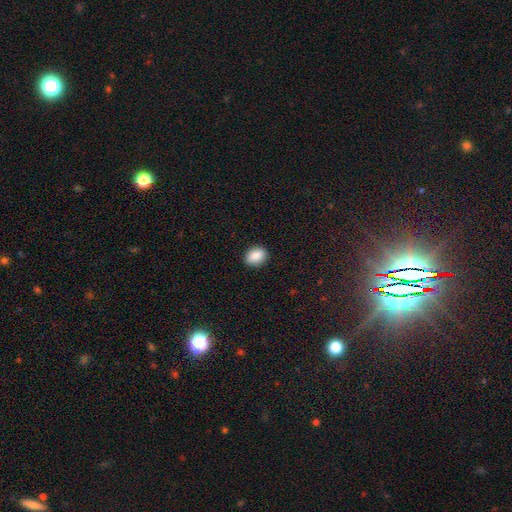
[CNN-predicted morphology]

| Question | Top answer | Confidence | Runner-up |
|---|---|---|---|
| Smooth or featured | smooth | 88% | star or artifact (8%) |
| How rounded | in between | 62% | round (36%) |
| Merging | none | 88% | minor disturbance (9%) |